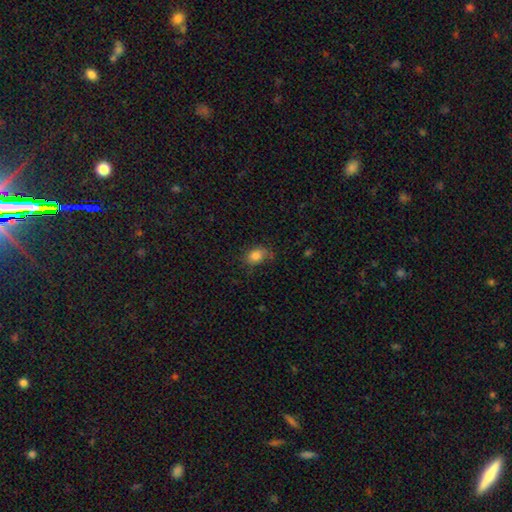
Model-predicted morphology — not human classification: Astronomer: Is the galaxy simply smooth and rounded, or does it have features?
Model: smooth — 82%.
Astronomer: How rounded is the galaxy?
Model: in between — 70%.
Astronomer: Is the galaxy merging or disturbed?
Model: none — 69%.